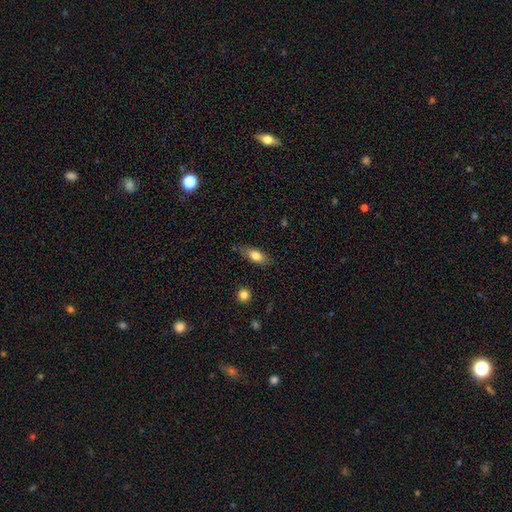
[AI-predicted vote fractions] Smooth or featured? smooth (75%)
How rounded? in between (74%)
Merging? none (75%)